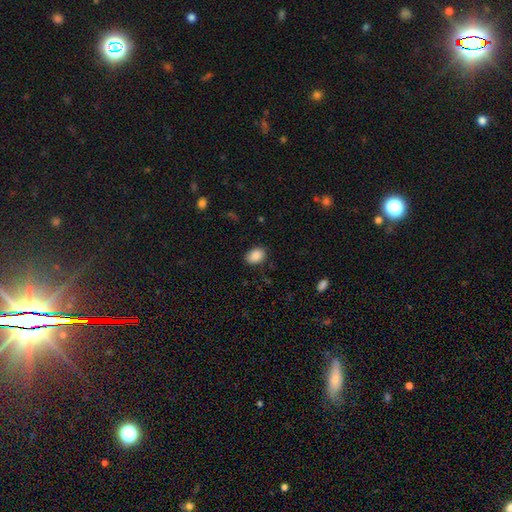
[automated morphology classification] smooth 89%, star or artifact 8%, featured or disk 3%. Down the decision tree: how rounded — in between (79%); merging — none (84%).